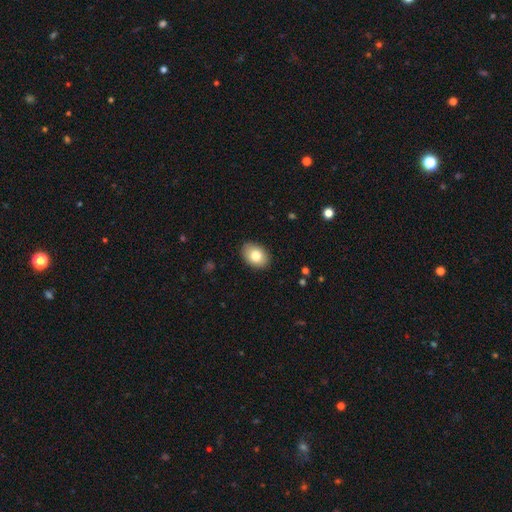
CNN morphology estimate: Smooth or featured?
  - smooth: 80% *
  - featured or disk: 12%
  - star or artifact: 8%
How rounded?
  - in between: 78% *
  - round: 21%
  - cigar-shaped: 1%
Merging?
  - none: 88% *
  - minor disturbance: 9%
  - major disturbance: 2%
  - merger: 1%